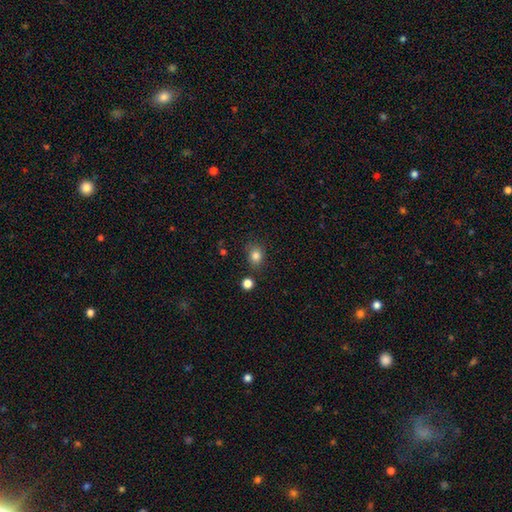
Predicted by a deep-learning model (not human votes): Overall: smooth (83%). How rounded: round (58%; in between 41%). Merging: none (78%).